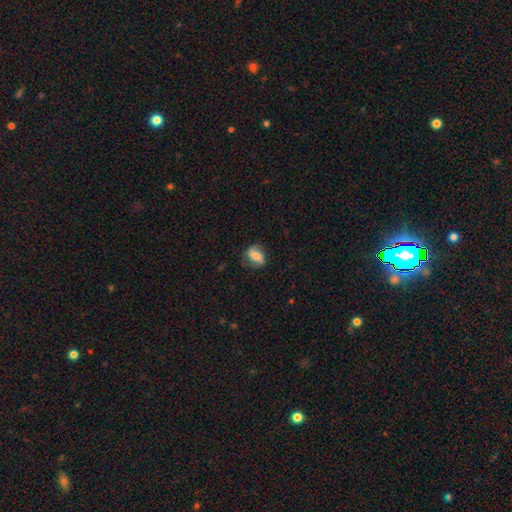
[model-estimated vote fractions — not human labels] Morphology: type=featured or disk (52%); edge-on=no (95%); merging=none (71%).